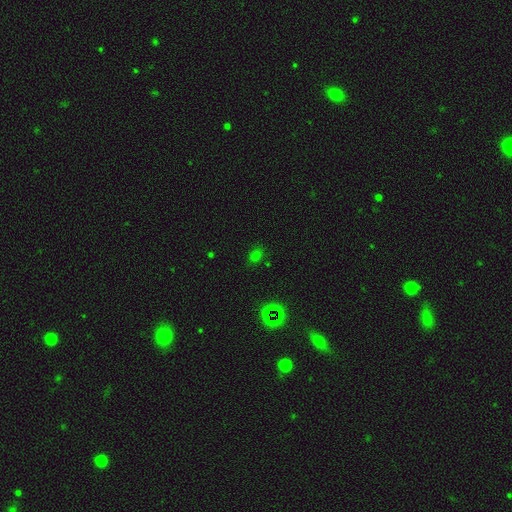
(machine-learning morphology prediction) smooth_or_featured: smooth (p=0.58) [alt: star or artifact p=0.36]
how_rounded: in between (p=0.68) [alt: round p=0.30]
merging: none (p=0.80) [alt: minor disturbance p=0.13]